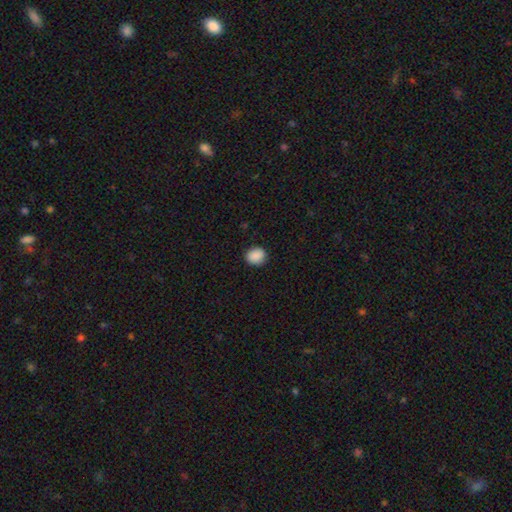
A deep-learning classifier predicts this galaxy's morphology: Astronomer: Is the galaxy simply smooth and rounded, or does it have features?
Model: smooth — 89%.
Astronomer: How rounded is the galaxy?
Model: round — 70%.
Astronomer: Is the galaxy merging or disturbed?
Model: none — 88%.